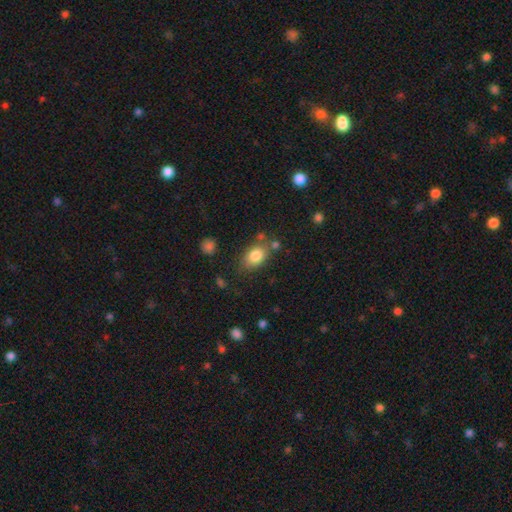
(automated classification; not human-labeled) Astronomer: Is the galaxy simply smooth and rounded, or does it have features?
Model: smooth — 83%.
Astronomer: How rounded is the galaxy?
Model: in between — 79%.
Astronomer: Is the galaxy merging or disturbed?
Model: none — 69%.